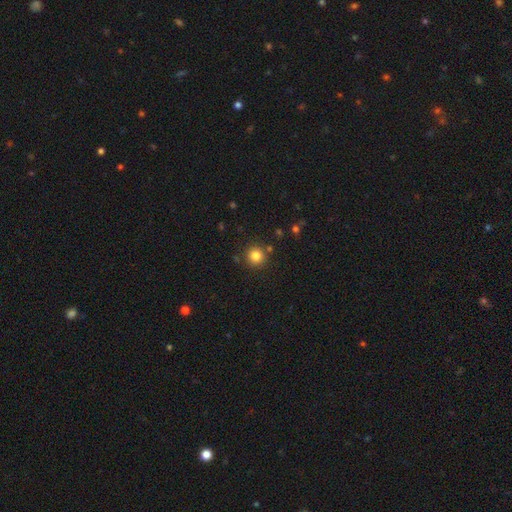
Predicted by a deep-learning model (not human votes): This is clearly a smooth galaxy (83%). How rounded: clearly round (94%). Merging: clearly none (87%).